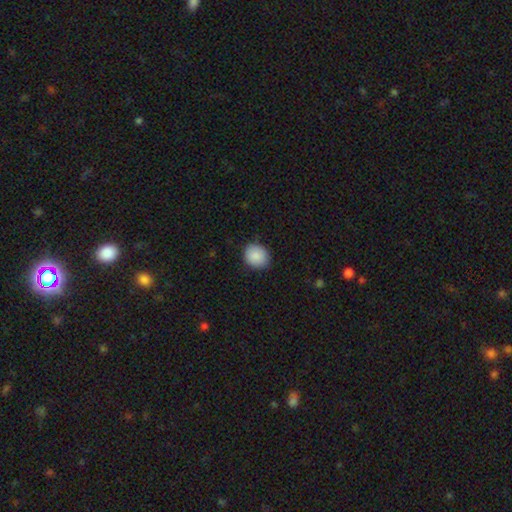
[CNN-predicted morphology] A smooth galaxy with no disk features (89%) that is round (69%). Merging: none (85%).